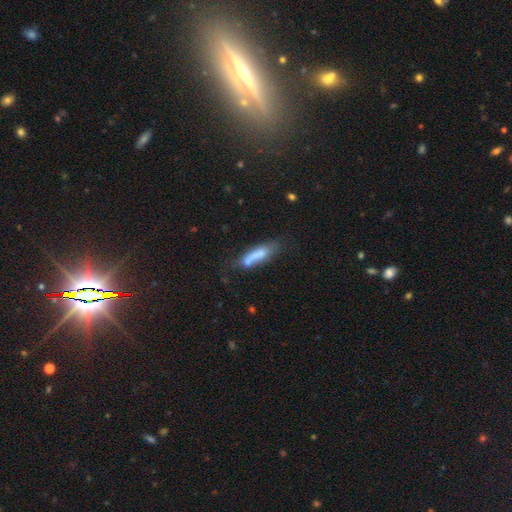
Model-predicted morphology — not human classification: smooth 69%, featured or disk 23%, star or artifact 8%. Down the decision tree: how rounded — cigar-shaped (61%); merging — none (45%).